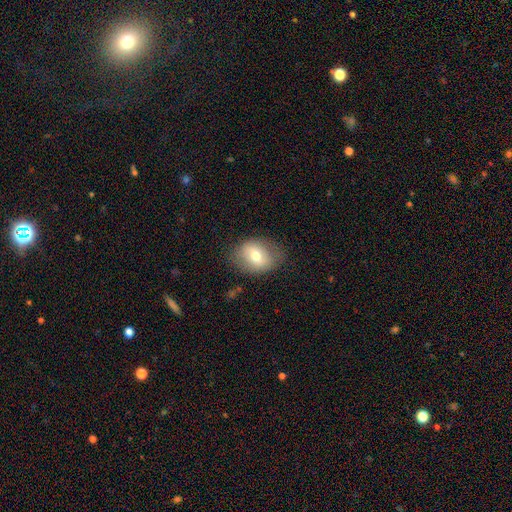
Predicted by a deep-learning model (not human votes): Smooth or featured: smooth — 65% (featured or disk — 27%)
How rounded: in between — 55% (round — 44%)
Merging: none — 76% (minor disturbance — 18%)